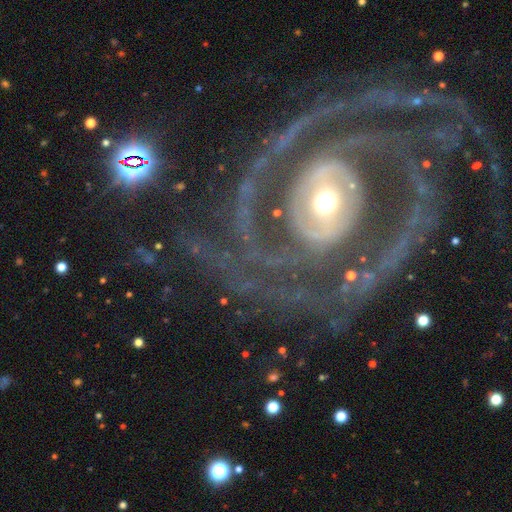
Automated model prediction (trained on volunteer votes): Morphology: type=featured or disk (90%); edge-on=no (97%); bar=no (49%); spiral arms=yes (95%); winding=tight (63%); arm count=2 (42%); bulge=moderate (58%); merging=none (70%).